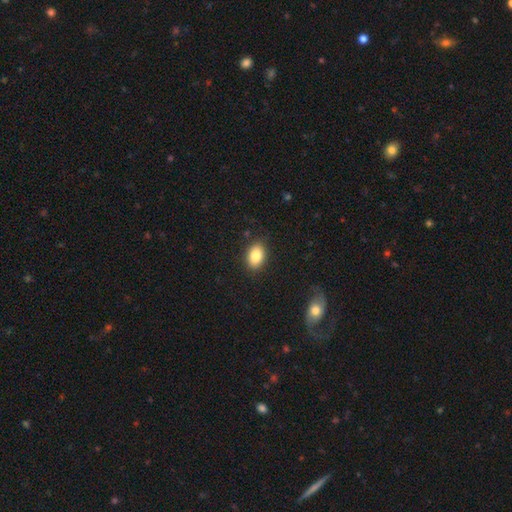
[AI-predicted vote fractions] Smooth or featured? smooth (85%)
How rounded? in between (85%)
Merging? none (87%)